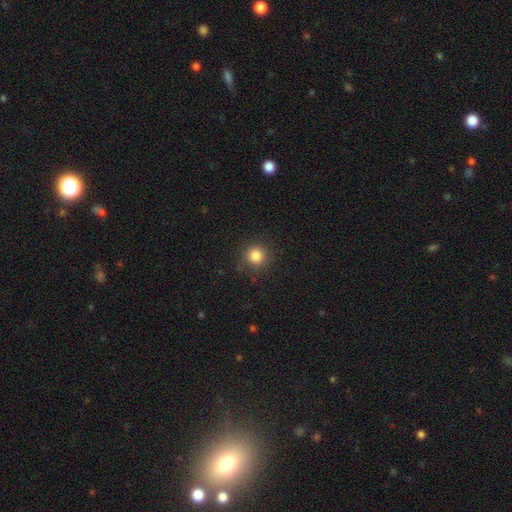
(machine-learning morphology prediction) Smooth or featured? smooth (83%)
How rounded? round (94%)
Merging? none (88%)